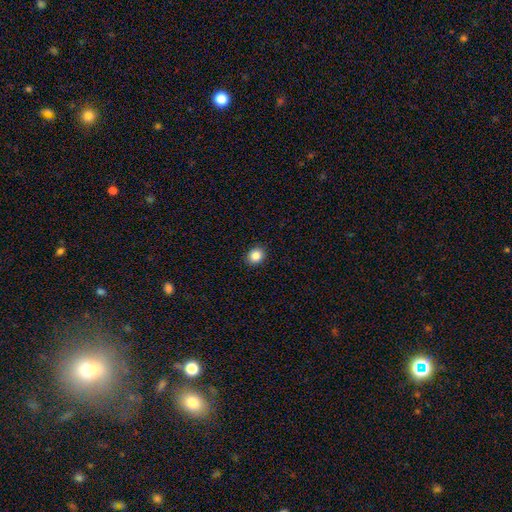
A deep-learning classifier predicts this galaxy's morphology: smooth 85%, star or artifact 10%, featured or disk 5%. Down the decision tree: how rounded — round (71%); merging — none (91%).